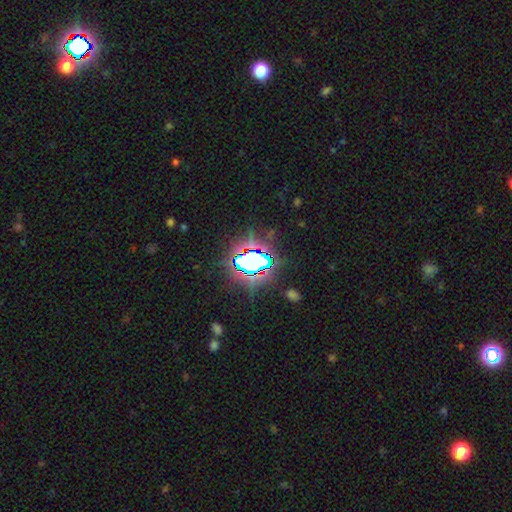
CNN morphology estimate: Smooth or featured: star or artifact — 72% (smooth — 16%)